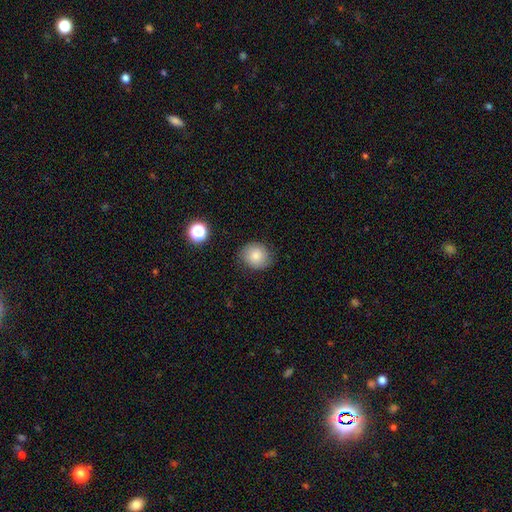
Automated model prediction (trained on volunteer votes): Smooth or featured?
  - smooth: 80% *
  - featured or disk: 10%
  - star or artifact: 10%
How rounded?
  - round: 73% *
  - in between: 27%
  - cigar-shaped: 1%
Merging?
  - none: 80% *
  - minor disturbance: 15%
  - major disturbance: 3%
  - merger: 1%